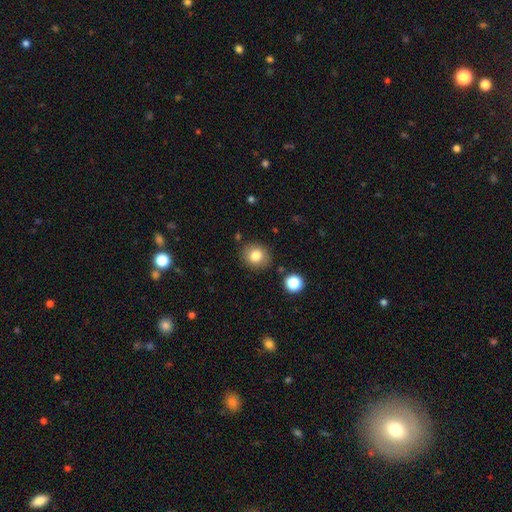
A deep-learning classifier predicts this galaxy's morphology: type=smooth (81%); roundness=round (77%); merging=none (85%).